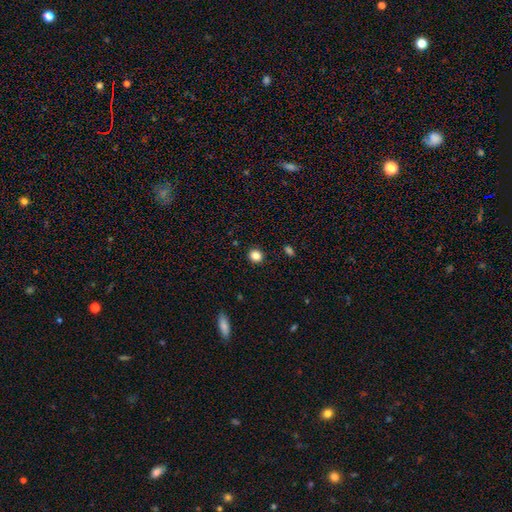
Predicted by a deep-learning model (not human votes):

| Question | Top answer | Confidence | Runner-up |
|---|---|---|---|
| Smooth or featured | smooth | 85% | star or artifact (11%) |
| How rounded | round | 86% | in between (13%) |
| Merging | none | 91% | minor disturbance (6%) |